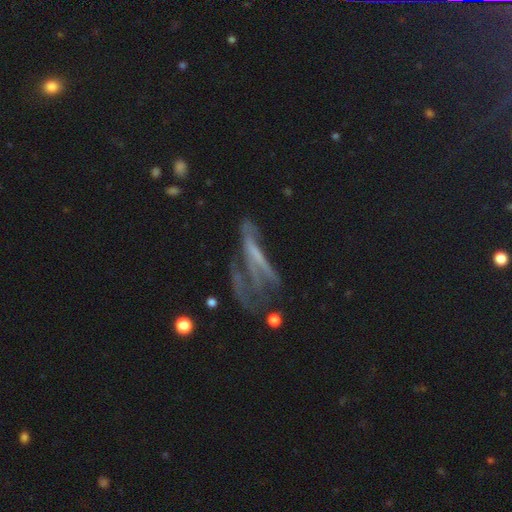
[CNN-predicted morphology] This appears to be a featured or disk galaxy (57%). Merging: major disturbance (47%).